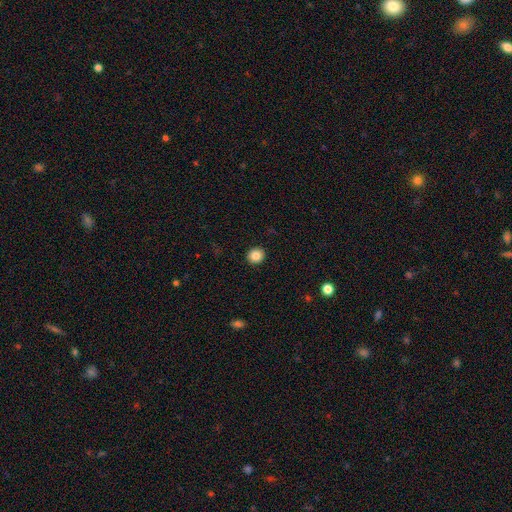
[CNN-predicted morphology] smooth-or-featured: smooth: 85% | star or artifact: 10% | featured or disk: 5%
  how-rounded: round: 85% | in between: 14% | cigar-shaped: 1%
  merging: none: 93% | minor disturbance: 5% | major disturbance: 2% | merger: 1%